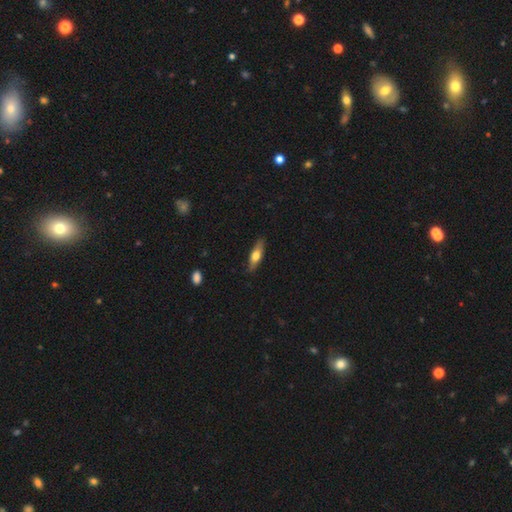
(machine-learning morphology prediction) Overall: smooth (56%; featured or disk 38%). How rounded: cigar-shaped (56%; in between 41%). Merging: none (87%).